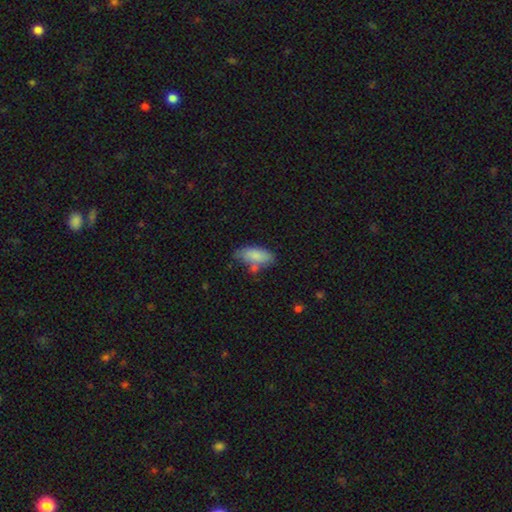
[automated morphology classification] smooth-or-featured: smooth: 83% | featured or disk: 10% | star or artifact: 7%
  how-rounded: in between: 84% | cigar-shaped: 14% | round: 2%
  merging: none: 57% | minor disturbance: 25% | merger: 12% | major disturbance: 7%